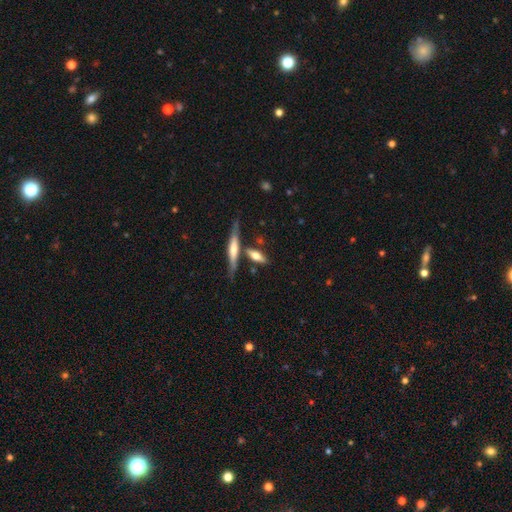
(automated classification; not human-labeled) The model was most divided on "how rounded": cigar-shaped: 53%, in between: 44%, round: 3%. More confident: merging — none (62%); smooth or featured — smooth (55%).